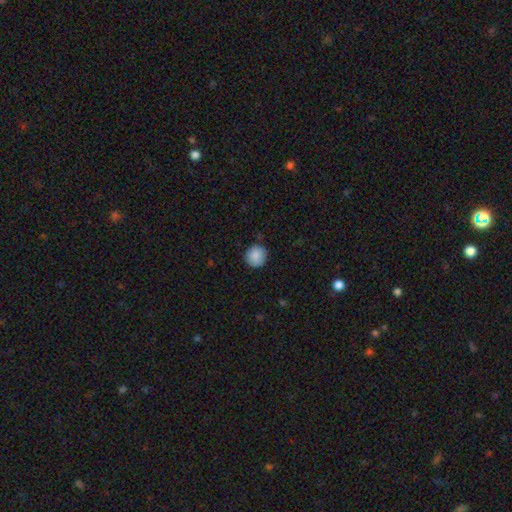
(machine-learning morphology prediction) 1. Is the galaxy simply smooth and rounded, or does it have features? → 88% smooth, 8% star or artifact, 4% featured or disk.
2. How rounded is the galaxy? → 92% round, 7% in between, 1% cigar-shaped.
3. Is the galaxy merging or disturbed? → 86% none, 10% minor disturbance, 2% major disturbance, 1% merger.